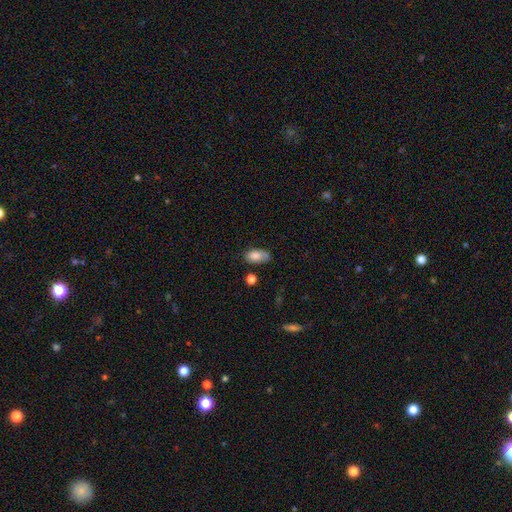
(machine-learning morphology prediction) Smooth or featured?
  - smooth: 82% *
  - featured or disk: 10%
  - star or artifact: 8%
How rounded?
  - in between: 91% *
  - round: 6%
  - cigar-shaped: 3%
Merging?
  - none: 55% *
  - minor disturbance: 30%
  - major disturbance: 9%
  - merger: 6%